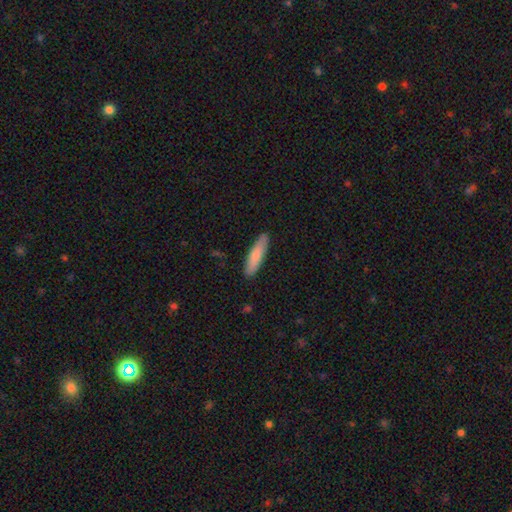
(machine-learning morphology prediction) A smooth galaxy with no disk features (77%) that is cigar-shaped (70%).

Vote fractions:
- Smooth or featured? smooth: 77% / featured or disk: 18% / star or artifact: 5%
- How rounded? cigar-shaped: 70% / in between: 28% / round: 2%
- Merging? none: 88% / minor disturbance: 9% / major disturbance: 2% / merger: 1%